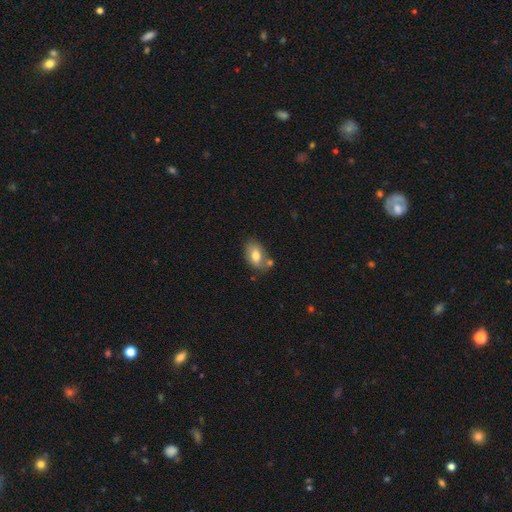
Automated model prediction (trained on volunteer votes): This appears to be a smooth galaxy with no disk features (74%) that is in between round and cigar-shaped (87%). Merging: none (60%).